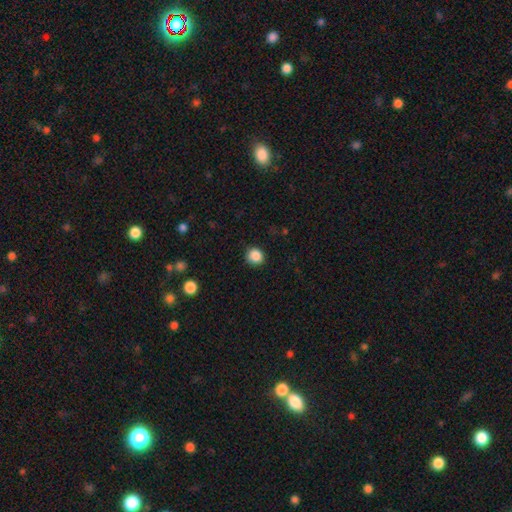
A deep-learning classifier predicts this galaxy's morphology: This is clearly a smooth galaxy (87%). How rounded: clearly round (87%). Merging: clearly none (89%).